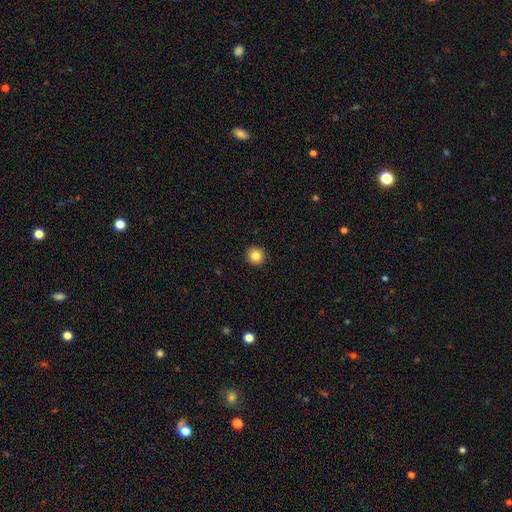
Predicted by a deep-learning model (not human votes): Smooth or featured? smooth (84%)
How rounded? round (96%)
Merging? none (94%)